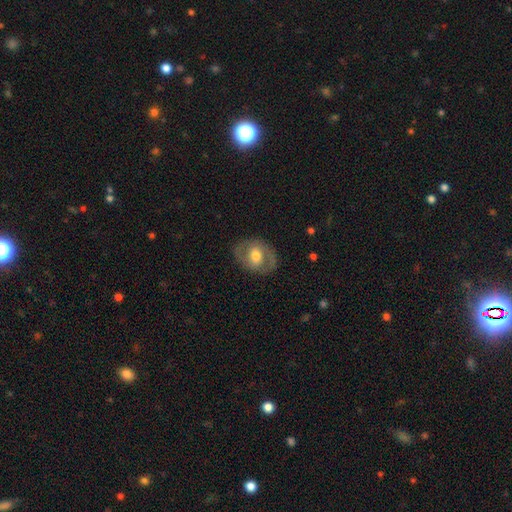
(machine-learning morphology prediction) This is likely a featured or disk galaxy (62%). It is clearly not viewed edge-on (95%). Bar: marginally no (44%). Spiral arm pattern: likely yes (60%). Central bulge: likely moderate (66%). Merging: clearly none (80%).